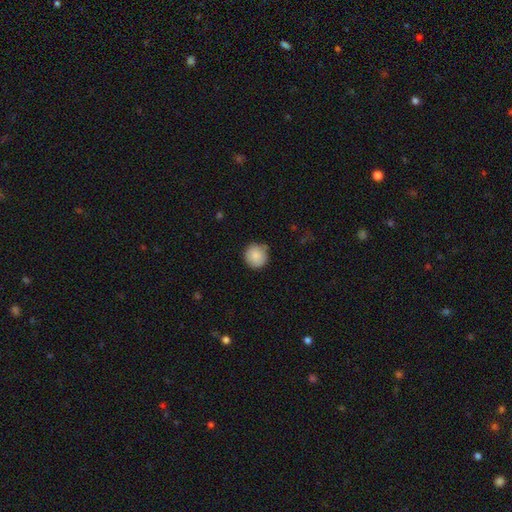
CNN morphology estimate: Overall: smooth (87%). How rounded: round (94%). Merging: none (83%).